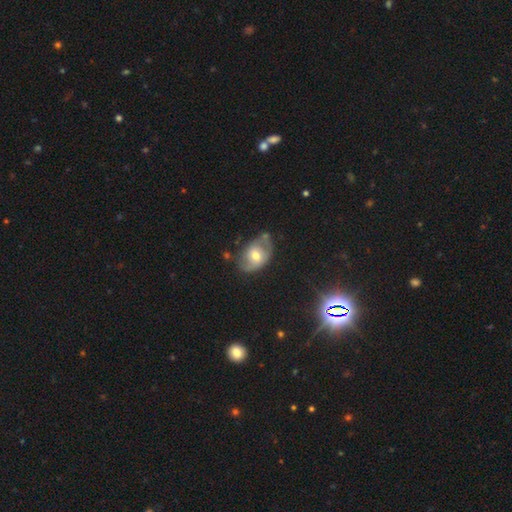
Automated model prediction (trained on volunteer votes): smooth_or_featured: featured or disk (p=0.46) [tied with: smooth p=0.46]
merging: none (p=0.51) [alt: minor disturbance p=0.31]